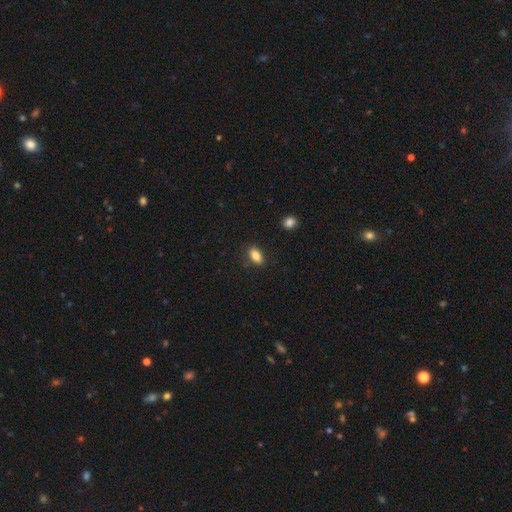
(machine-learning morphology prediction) Smooth or featured? Predicted: smooth (p=0.84). How rounded? Predicted: in between (p=0.87). Merging? Predicted: none (p=0.84).